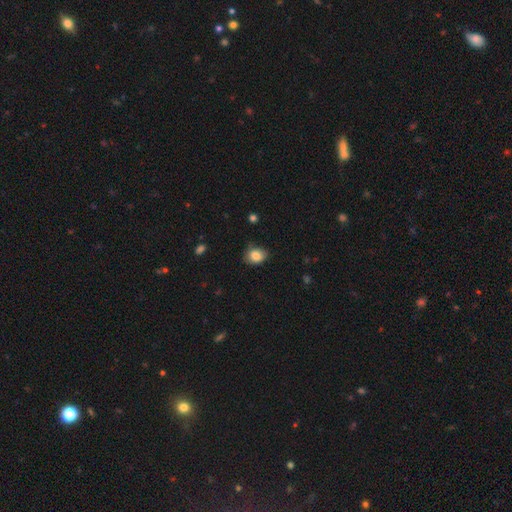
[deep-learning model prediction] smooth 83%, star or artifact 9%, featured or disk 8%. Down the decision tree: how rounded — in between (56%); merging — none (71%).